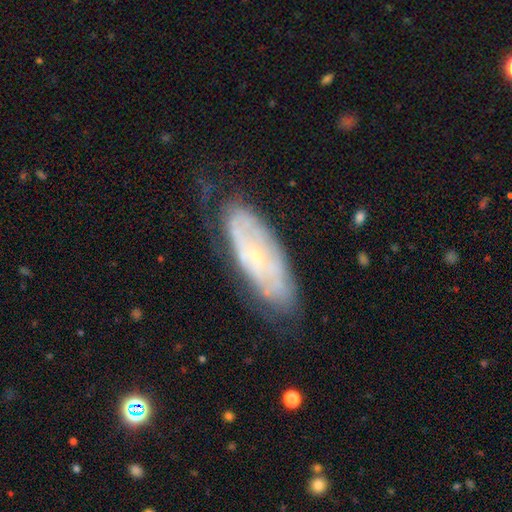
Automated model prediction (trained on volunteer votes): smooth_or_featured: featured or disk (p=0.69) [alt: smooth p=0.24]
disk_edge_on: no (p=0.84) [alt: yes p=0.16]
bar: no (p=0.73) [alt: weak p=0.21]
has_spiral_arms: yes (p=0.70) [alt: no p=0.30]
bulge_size: small (p=0.80) [alt: moderate p=0.16]
merging: none (p=0.66) [alt: minor disturbance p=0.25]